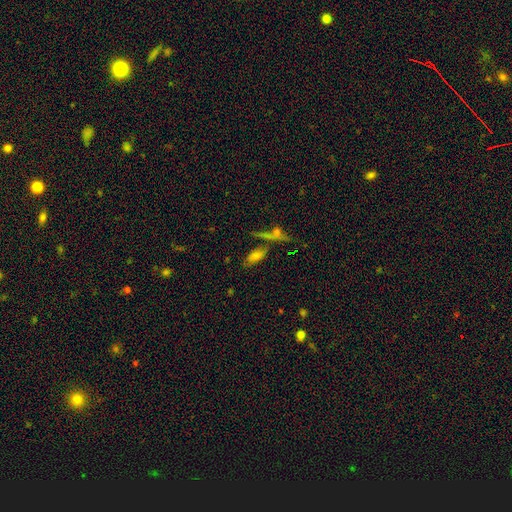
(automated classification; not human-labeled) Smooth or featured: smooth — 65% (featured or disk — 22%)
How rounded: in between — 75% (cigar-shaped — 21%)
Merging: none — 58% (merger — 21%)